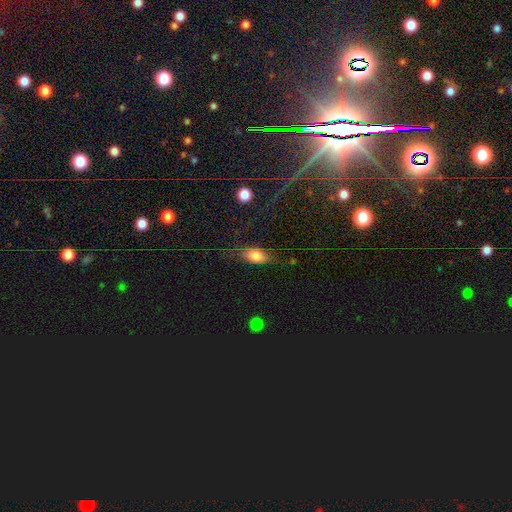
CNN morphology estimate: Q: Smooth or featured?
A: smooth (73%); runner-up: featured or disk (18%)
Q: How rounded?
A: in between (80%); runner-up: round (11%)
Q: Merging?
A: none (57%); runner-up: minor disturbance (25%)